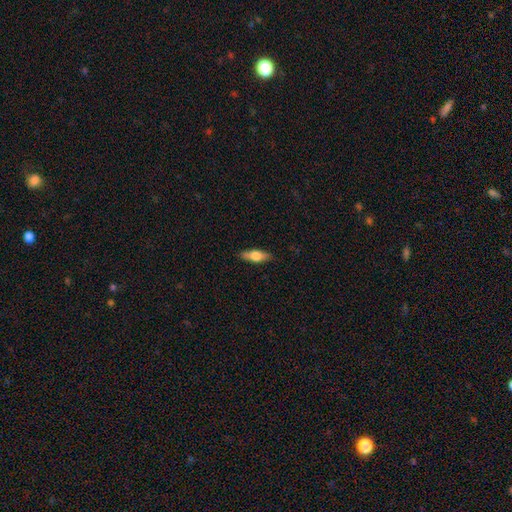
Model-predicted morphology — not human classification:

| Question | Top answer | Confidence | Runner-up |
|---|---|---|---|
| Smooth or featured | smooth | 61% | featured or disk (33%) |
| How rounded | in between | 57% | cigar-shaped (40%) |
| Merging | none | 87% | minor disturbance (10%) |